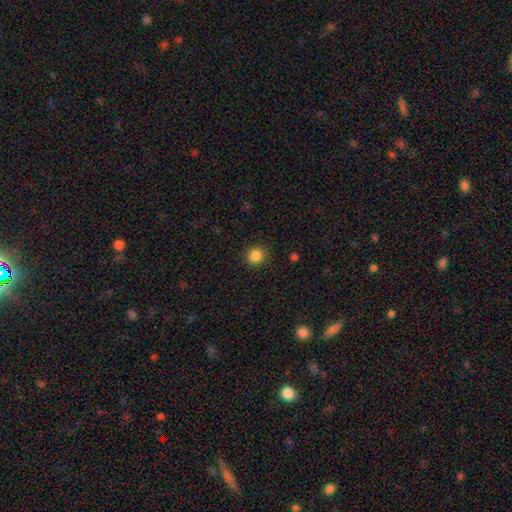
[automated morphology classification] Overall: smooth (86%). How rounded: round (90%). Merging: none (89%).